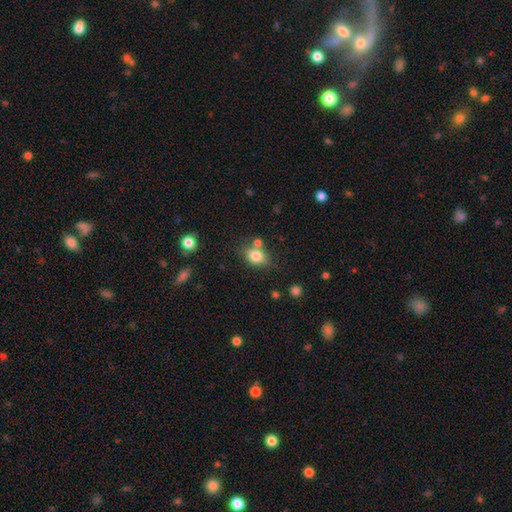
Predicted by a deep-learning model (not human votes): Smooth or featured? Predicted: smooth (p=0.80). How rounded? Predicted: in between (p=0.63). Merging? Predicted: none (p=0.66).